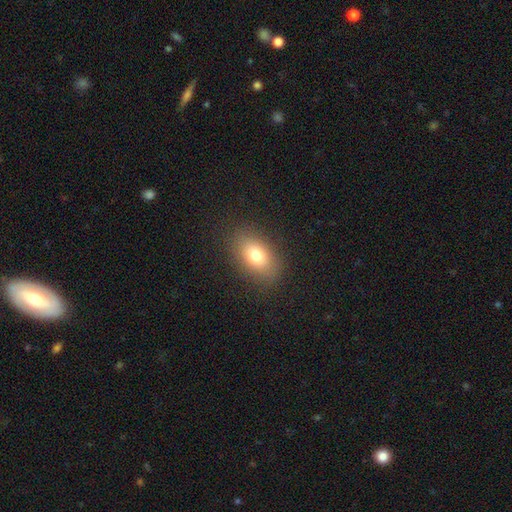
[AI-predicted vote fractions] Q: Smooth or featured?
A: smooth (77%); runner-up: featured or disk (13%)
Q: How rounded?
A: in between (86%); runner-up: round (12%)
Q: Merging?
A: none (86%); runner-up: minor disturbance (9%)